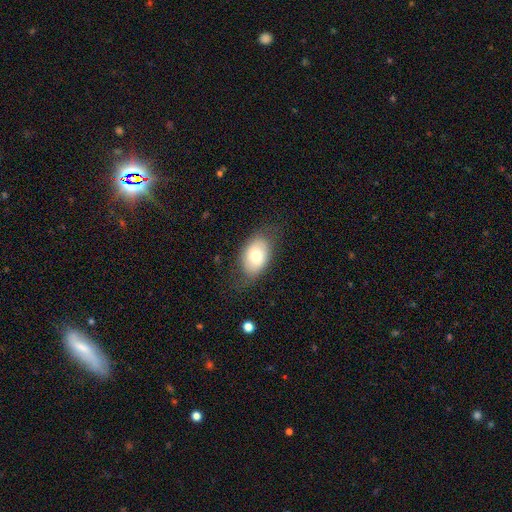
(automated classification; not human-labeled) Smooth or featured? smooth (71%)
How rounded? in between (86%)
Merging? none (70%)